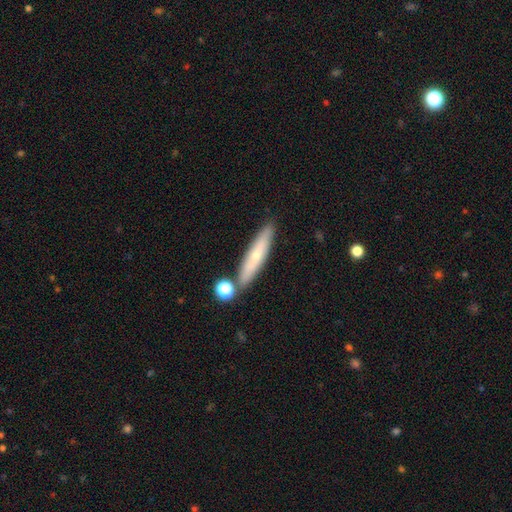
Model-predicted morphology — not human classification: This appears to be a smooth galaxy with no disk features (57%) that is cigar-shaped (87%). Merging: none (79%).